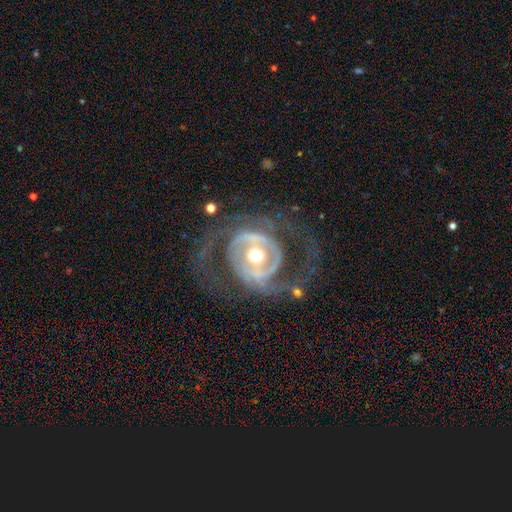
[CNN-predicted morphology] Smooth or featured? Predicted: featured or disk (p=0.87). Edge-on disk? Predicted: no (p=0.97). Bar? Predicted: no (p=0.47). Spiral arms? Predicted: yes (p=0.88). Spiral winding? Predicted: medium (p=0.39). Spiral arm count? Predicted: 2 (p=0.55). Bulge size? Predicted: moderate (p=0.74). Merging? Predicted: none (p=0.55).